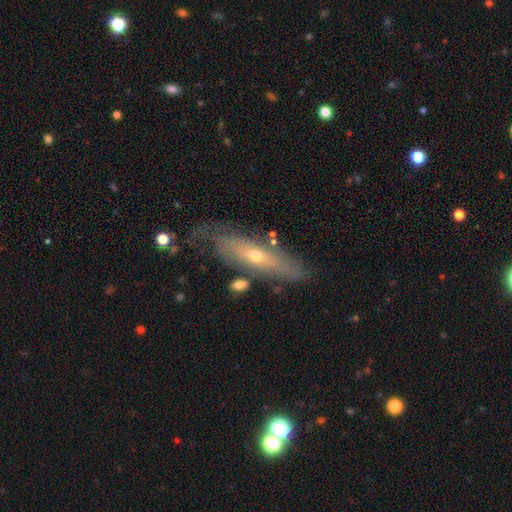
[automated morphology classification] featured or disk 70%, smooth 22%, star or artifact 8%. Down the decision tree: edge-on disk — no (56%); merging — none (68%).